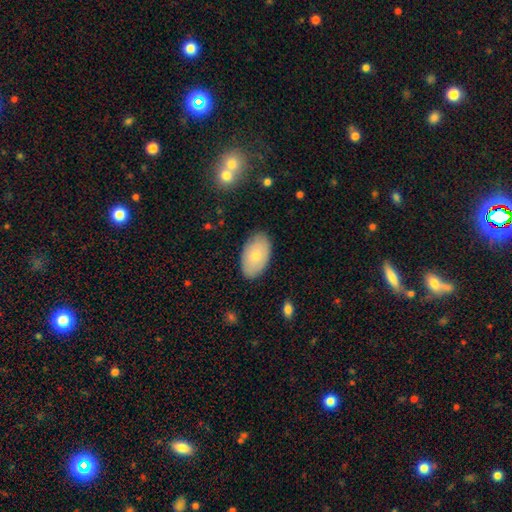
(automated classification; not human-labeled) Smooth or featured: smooth — 73% (featured or disk — 21%)
How rounded: in between — 94% (round — 5%)
Merging: none — 85% (minor disturbance — 12%)